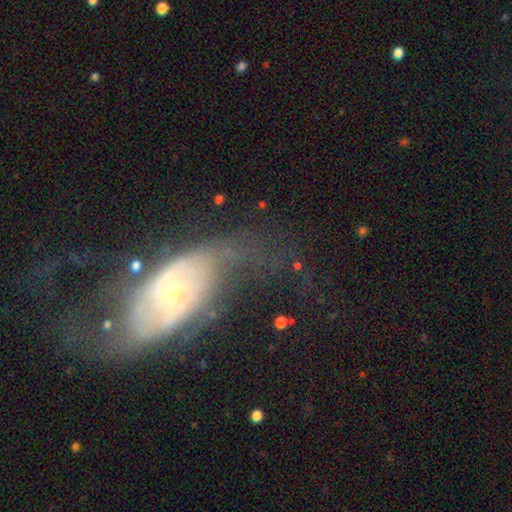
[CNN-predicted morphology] Overall: featured or disk (73%). Edge-on disk: no (91%). Bar: no (65%). Spiral arms: yes (74%). Bulge size: small (63%; moderate 31%). Merging: none (43%; major disturbance 36%).